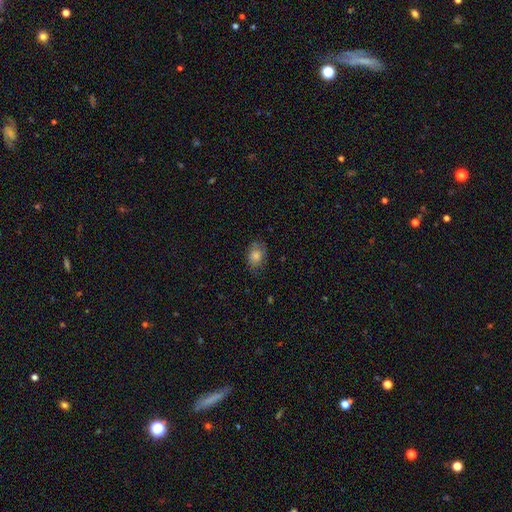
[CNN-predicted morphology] smooth 70%, featured or disk 17%, star or artifact 13%. Down the decision tree: how rounded — in between (65%); merging — none (75%).